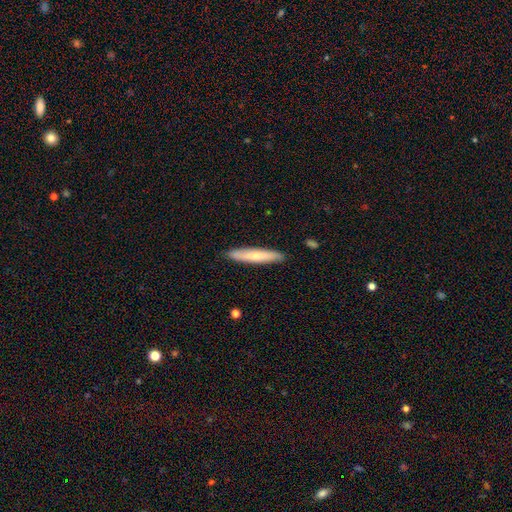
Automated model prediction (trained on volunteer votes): Smooth or featured? Predicted: smooth (p=0.61). How rounded? Predicted: cigar-shaped (p=0.91). Merging? Predicted: none (p=0.88).